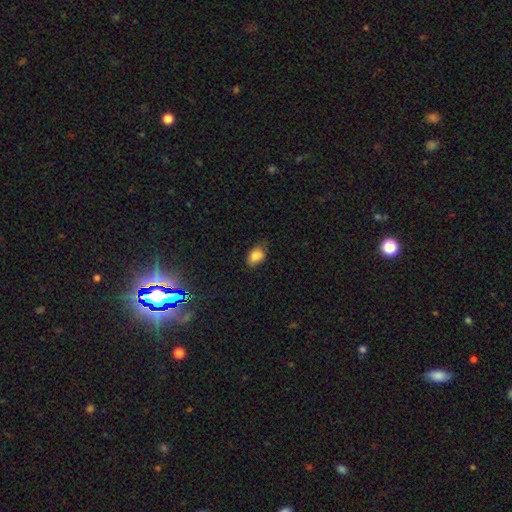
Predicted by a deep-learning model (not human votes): smooth_or_featured: smooth (p=0.84) [alt: star or artifact p=0.09]
how_rounded: in between (p=0.85) [alt: round p=0.13]
merging: none (p=0.71) [alt: minor disturbance p=0.24]